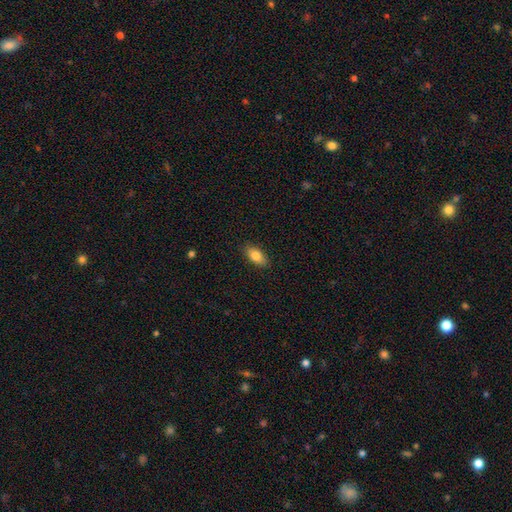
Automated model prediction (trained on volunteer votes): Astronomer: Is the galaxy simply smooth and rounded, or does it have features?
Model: smooth — 82%.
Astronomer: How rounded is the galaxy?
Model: in between — 89%.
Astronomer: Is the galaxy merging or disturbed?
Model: none — 88%.